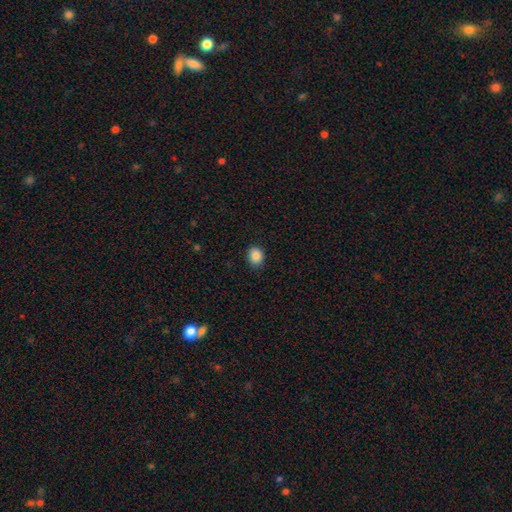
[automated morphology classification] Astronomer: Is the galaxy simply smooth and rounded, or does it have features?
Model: smooth — 87%.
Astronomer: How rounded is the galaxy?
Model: round — 60% (runner-up: in between, 39%).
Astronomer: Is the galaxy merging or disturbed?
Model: none — 87%.